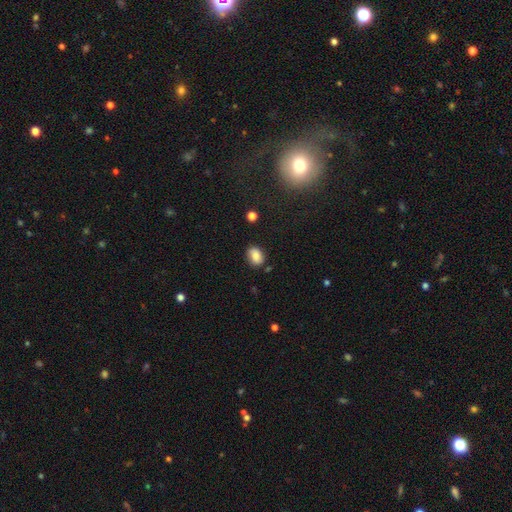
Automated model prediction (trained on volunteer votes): Smooth or featured? Predicted: smooth (p=0.82). How rounded? Predicted: in between (p=0.68). Merging? Predicted: none (p=0.77).